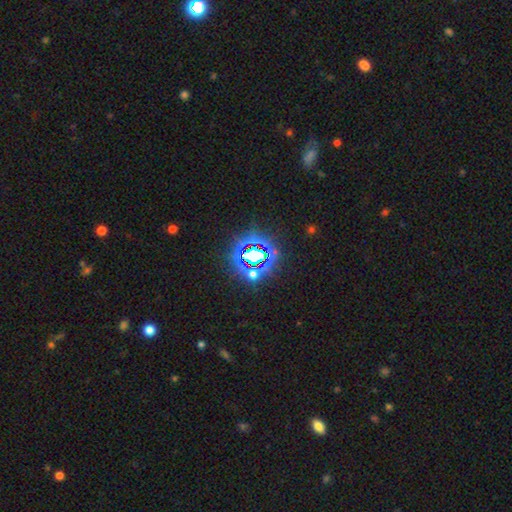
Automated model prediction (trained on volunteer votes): A star or artifact, not a galaxy (78%).

Vote fractions:
- Smooth or featured? star or artifact: 78% / smooth: 13% / featured or disk: 9%